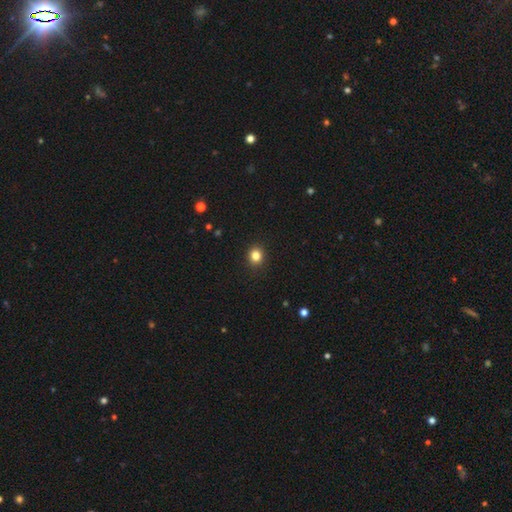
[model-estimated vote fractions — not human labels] The model was most divided on "how rounded": round: 79%, in between: 20%, cigar-shaped: 1%. More confident: merging — none (91%); smooth or featured — smooth (83%).